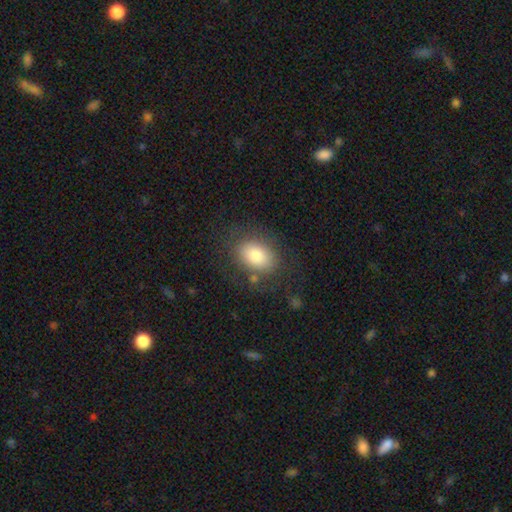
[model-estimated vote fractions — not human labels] Overall: smooth (79%). How rounded: in between (74%). Merging: none (76%).